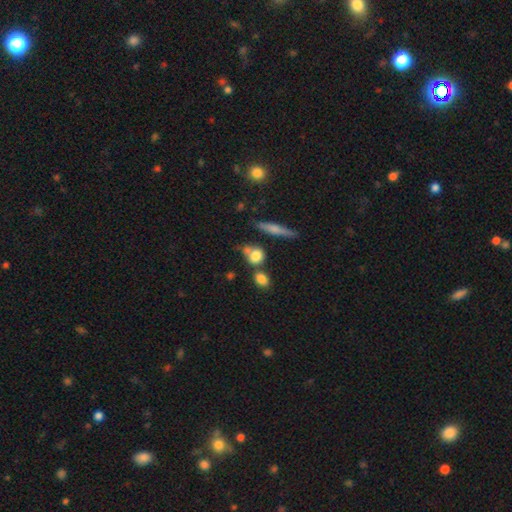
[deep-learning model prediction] smooth_or_featured: smooth (p=0.78) [alt: featured or disk p=0.12]
how_rounded: round (p=0.62) [alt: in between p=0.31]
merging: none (p=0.53) [alt: merger p=0.26]